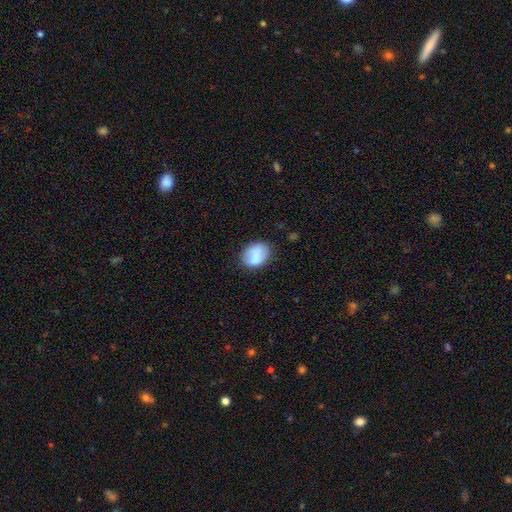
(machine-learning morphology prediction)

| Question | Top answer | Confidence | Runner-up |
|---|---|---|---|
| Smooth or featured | smooth | 81% | featured or disk (12%) |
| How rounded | in between | 63% | round (36%) |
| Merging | none | 70% | minor disturbance (20%) |